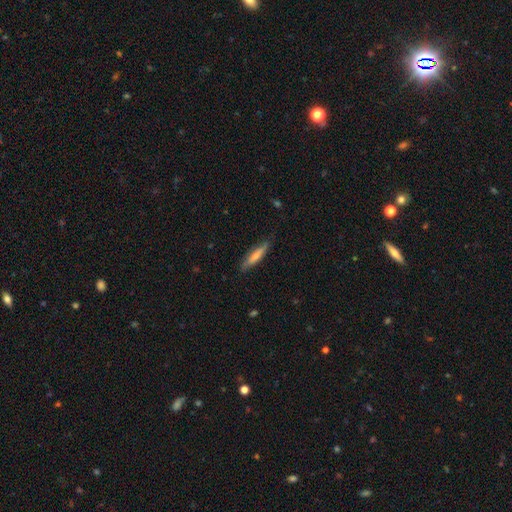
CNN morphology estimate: type=smooth (60%); roundness=cigar-shaped (82%); merging=none (81%).